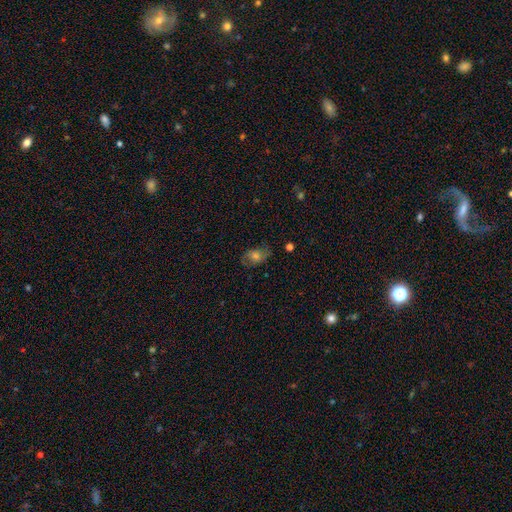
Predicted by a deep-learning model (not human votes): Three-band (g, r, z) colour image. It shows a smooth galaxy with no disk features (48%). Merging: none (72%).